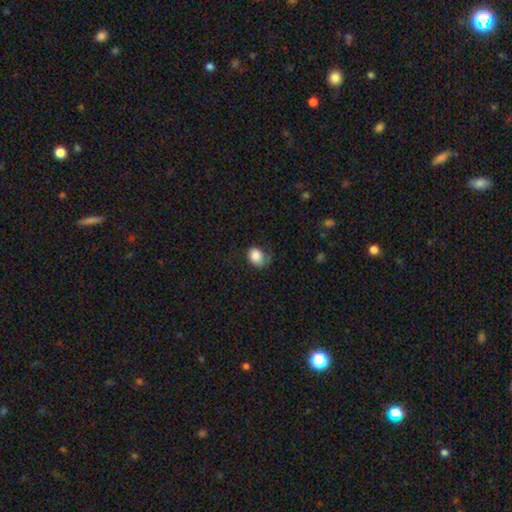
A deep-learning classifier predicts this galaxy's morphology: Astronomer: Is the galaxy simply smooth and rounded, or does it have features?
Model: smooth — 82%.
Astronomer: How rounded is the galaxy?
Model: in between — 52% (runner-up: round, 47%).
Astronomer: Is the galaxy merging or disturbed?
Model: none — 47% (runner-up: minor disturbance, 31%).